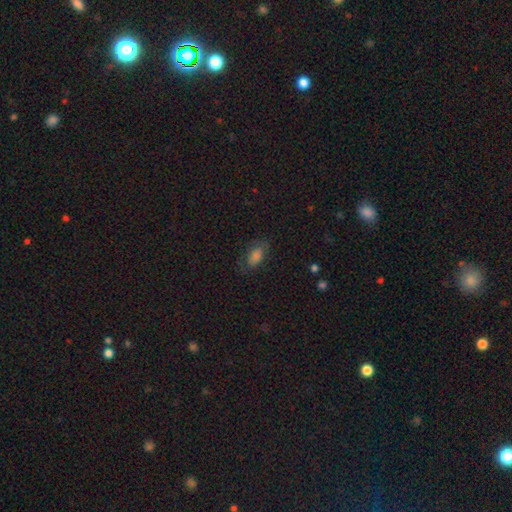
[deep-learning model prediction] Q: Smooth or featured?
A: smooth (66%); runner-up: featured or disk (18%)
Q: How rounded?
A: in between (88%); runner-up: round (6%)
Q: Merging?
A: none (73%); runner-up: minor disturbance (18%)